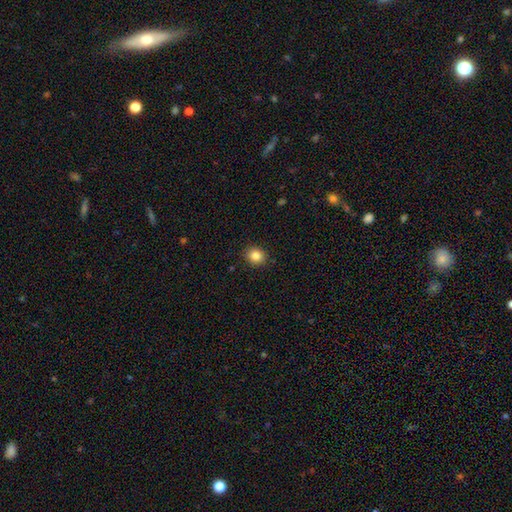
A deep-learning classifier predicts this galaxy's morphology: Smooth or featured? smooth (85%)
How rounded? round (71%)
Merging? none (90%)